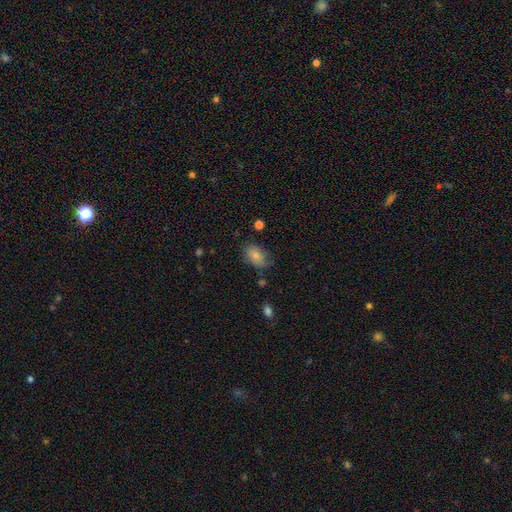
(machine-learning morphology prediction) A smooth galaxy with no disk features (82%) that is in between round and cigar-shaped (87%). Merging: none (68%).